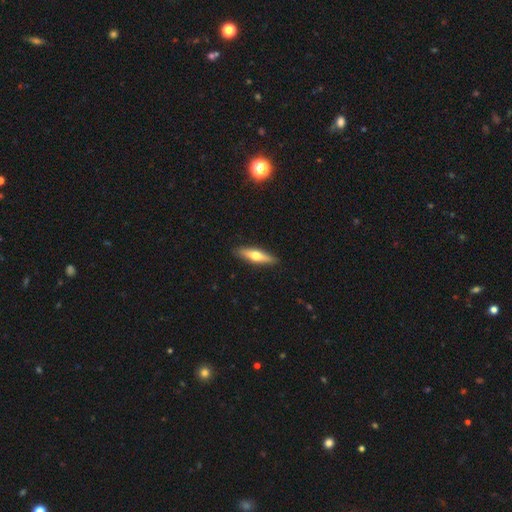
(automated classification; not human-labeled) smooth-or-featured: smooth: 49% | featured or disk: 45% | star or artifact: 5%
  merging: none: 90% | minor disturbance: 7% | major disturbance: 2% | merger: 1%